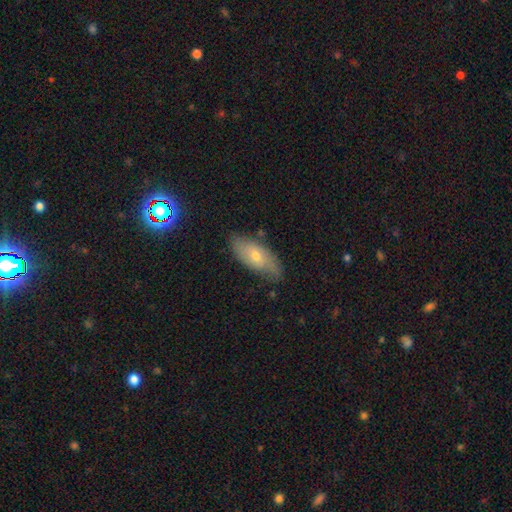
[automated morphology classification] Smooth or featured? smooth (51%)
How rounded? in between (81%)
Merging? none (72%)